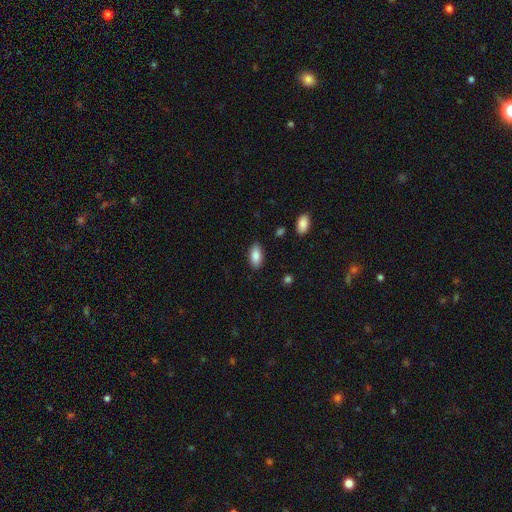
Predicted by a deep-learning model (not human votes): This appears to be a smooth galaxy with no disk features (86%) that is in between round and cigar-shaped (91%). Merging: none (86%).